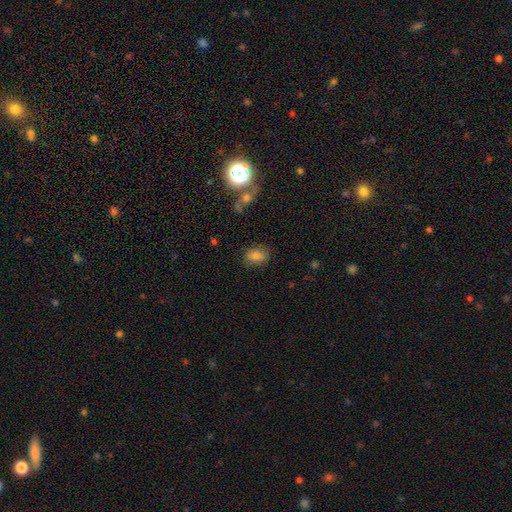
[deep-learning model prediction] A smooth galaxy with no disk features (77%) that is in between round and cigar-shaped (73%).

Vote fractions:
- Smooth or featured? smooth: 77% / star or artifact: 12% / featured or disk: 11%
- How rounded? in between: 73% / round: 25% / cigar-shaped: 2%
- Merging? none: 78% / minor disturbance: 14% / major disturbance: 5% / merger: 3%